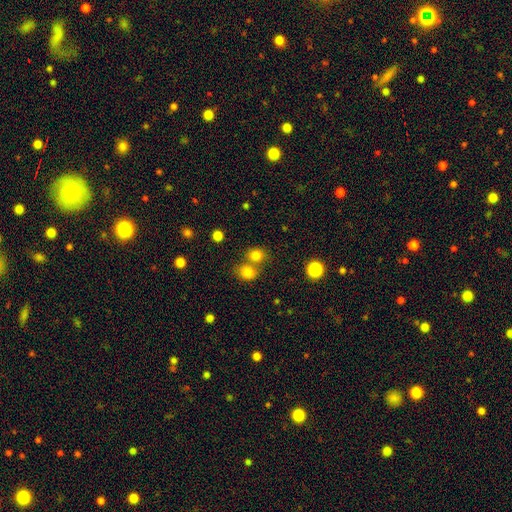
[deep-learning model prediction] smooth_or_featured: smooth (p=0.80) [alt: star or artifact p=0.14]
how_rounded: round (p=0.73) [alt: in between p=0.26]
merging: none (p=0.54) [alt: merger p=0.36]